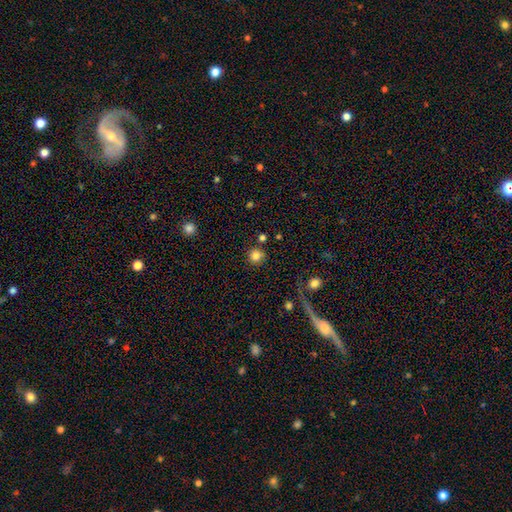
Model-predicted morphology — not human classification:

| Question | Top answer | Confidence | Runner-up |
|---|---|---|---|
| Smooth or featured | smooth | 83% | star or artifact (12%) |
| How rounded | round | 93% | in between (6%) |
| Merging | none | 83% | minor disturbance (9%) |